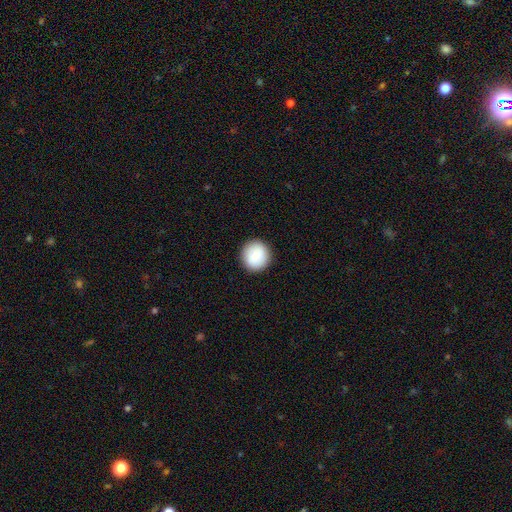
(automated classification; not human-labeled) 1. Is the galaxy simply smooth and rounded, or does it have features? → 87% smooth, 7% star or artifact, 6% featured or disk.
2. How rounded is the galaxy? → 93% round, 6% in between, 1% cigar-shaped.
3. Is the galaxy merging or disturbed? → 92% none, 6% minor disturbance, 2% major disturbance, 1% merger.